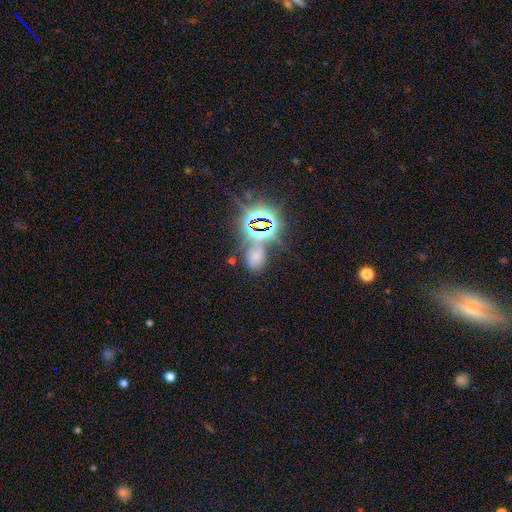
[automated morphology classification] Smooth or featured? Predicted: star or artifact (p=0.50).